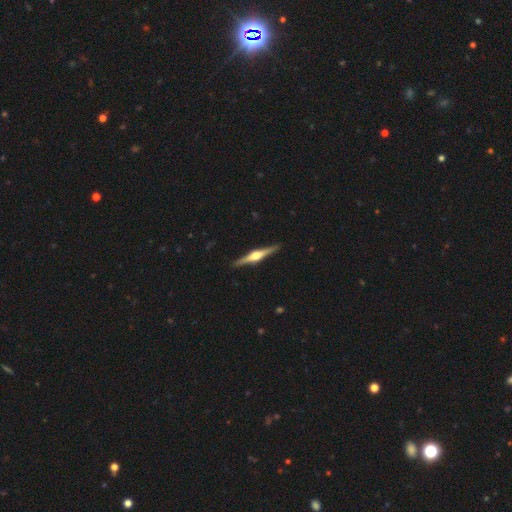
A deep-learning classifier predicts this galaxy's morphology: Smooth or featured: featured or disk — 80% (smooth — 15%)
Edge-on disk: yes — 98% (no — 2%)
Edge-on bulge: rounded — 94% (boxy — 4%)
Merging: none — 92% (minor disturbance — 6%)